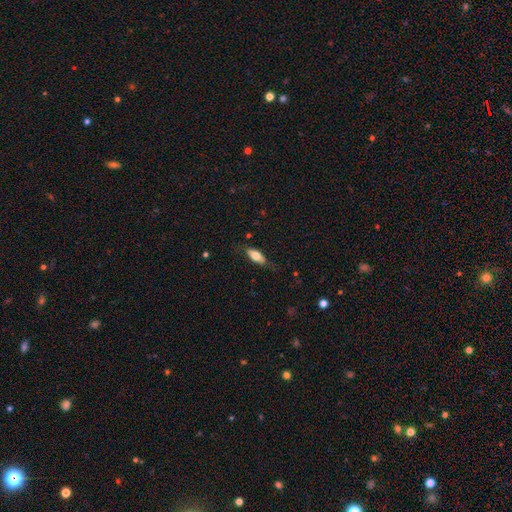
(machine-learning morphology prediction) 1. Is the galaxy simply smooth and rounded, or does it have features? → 70% smooth, 23% featured or disk, 6% star or artifact.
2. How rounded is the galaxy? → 74% in between, 23% cigar-shaped, 3% round.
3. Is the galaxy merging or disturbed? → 73% none, 20% minor disturbance, 6% major disturbance, 1% merger.